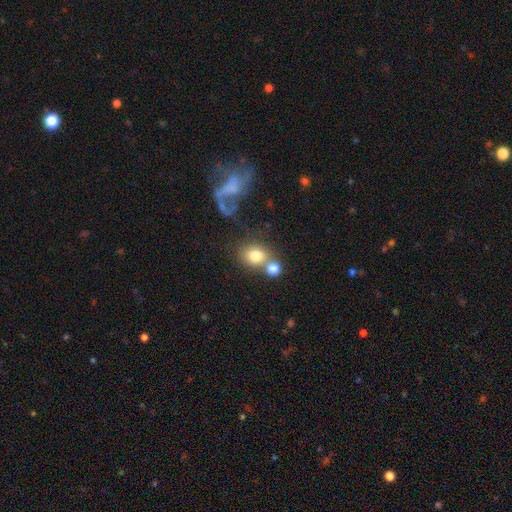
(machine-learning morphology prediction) smooth 77%, featured or disk 13%, star or artifact 10%. Down the decision tree: how rounded — round (60%); merging — merger (43%).